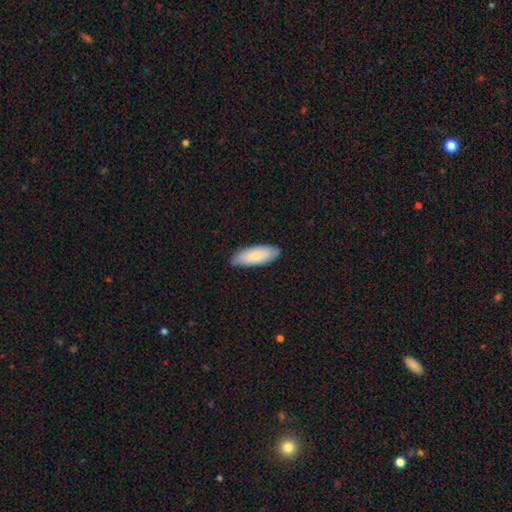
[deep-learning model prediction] Smooth or featured? Predicted: smooth (p=0.80). How rounded? Predicted: in between (p=0.78). Merging? Predicted: none (p=0.83).